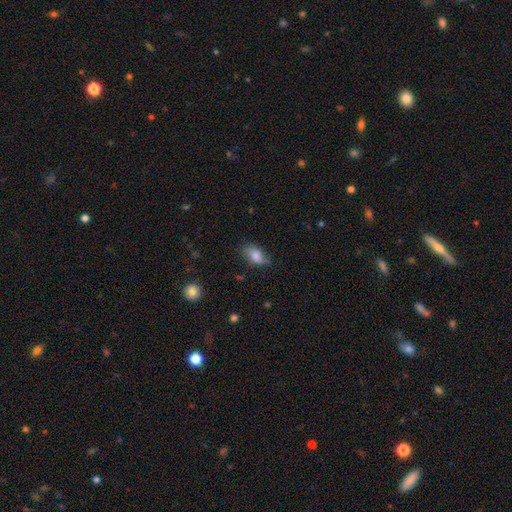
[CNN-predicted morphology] type=smooth (74%); roundness=in between (89%); merging=none (62%).